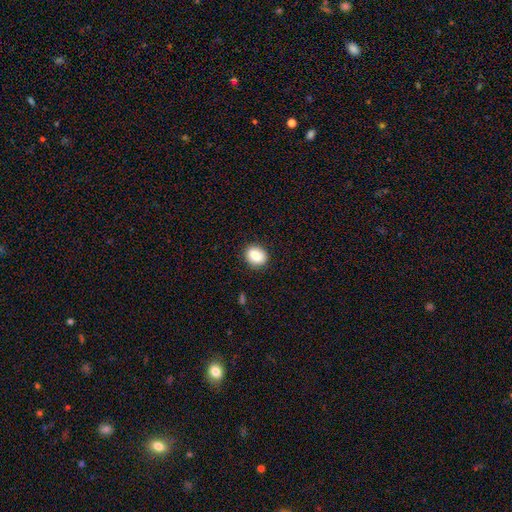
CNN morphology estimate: Smooth or featured: smooth — 86% (star or artifact — 8%)
How rounded: round — 50% (in between — 49%)
Merging: none — 87% (minor disturbance — 9%)